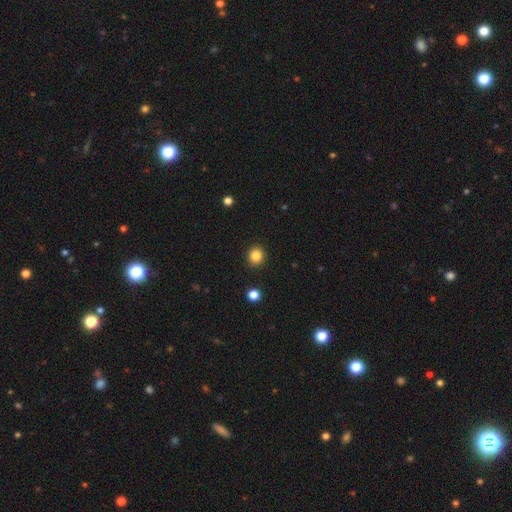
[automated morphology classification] This appears to be a smooth galaxy with no disk features (85%) that is round (84%). Merging: none (92%).